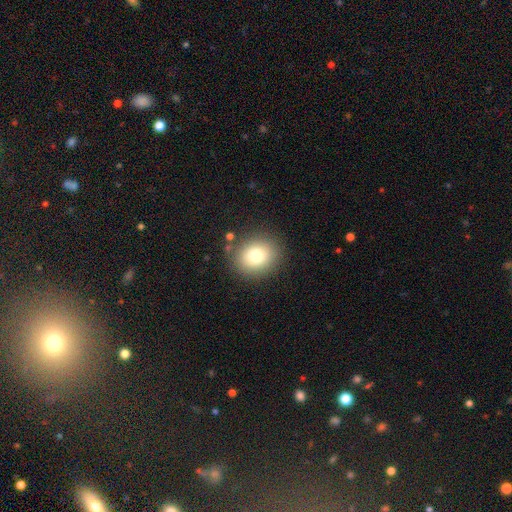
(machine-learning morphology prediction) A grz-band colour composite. It shows a smooth galaxy with no disk features (79%) that is round (70%). Merging: none (85%).